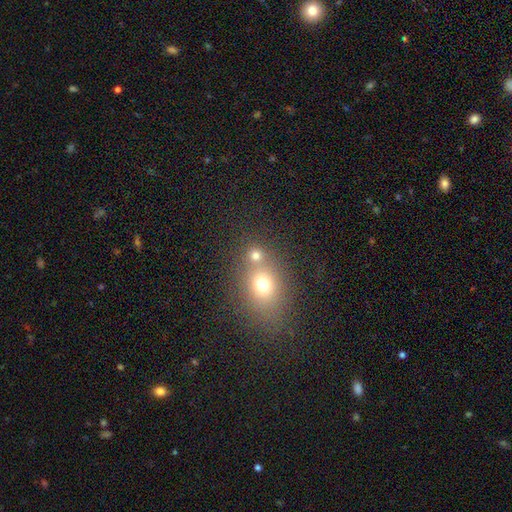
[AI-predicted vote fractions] Overall: smooth (72%). How rounded: round (79%). Merging: none (54%; merger 35%).